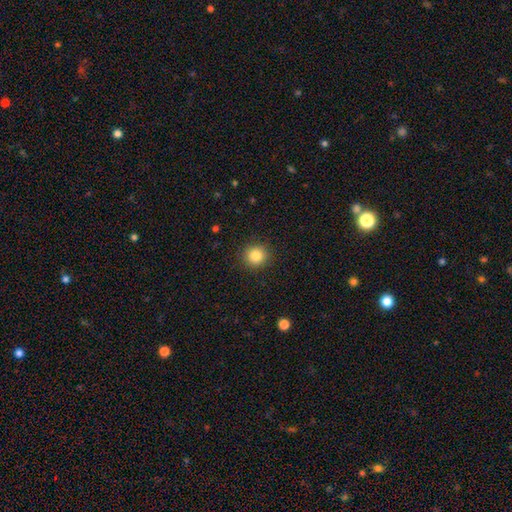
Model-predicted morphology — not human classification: Smooth or featured: smooth — 84% (star or artifact — 11%)
How rounded: round — 92% (in between — 7%)
Merging: none — 91% (minor disturbance — 6%)